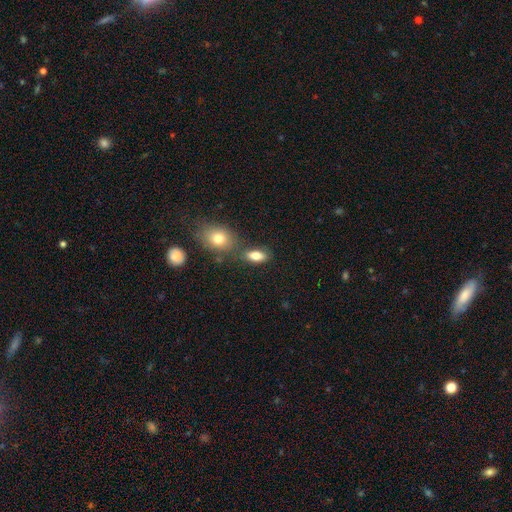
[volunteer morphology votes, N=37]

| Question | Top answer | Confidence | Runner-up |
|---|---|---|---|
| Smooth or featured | smooth | 78% | featured or disk (19%) |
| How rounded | in between | 79% | round (14%) |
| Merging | none | 58% | minor disturbance (19%) |